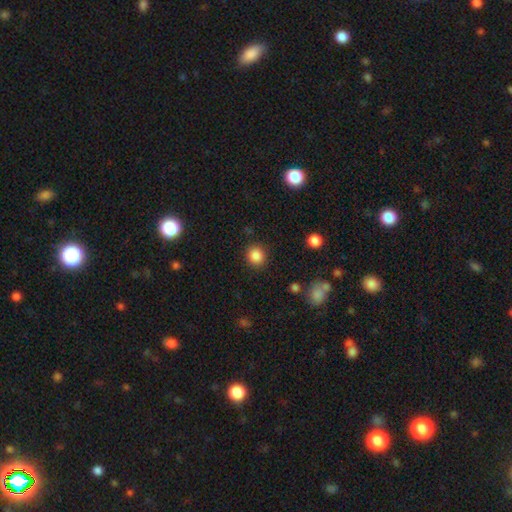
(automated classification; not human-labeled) This appears to be a smooth galaxy with no disk features (86%) that is round (88%). Merging: none (88%).